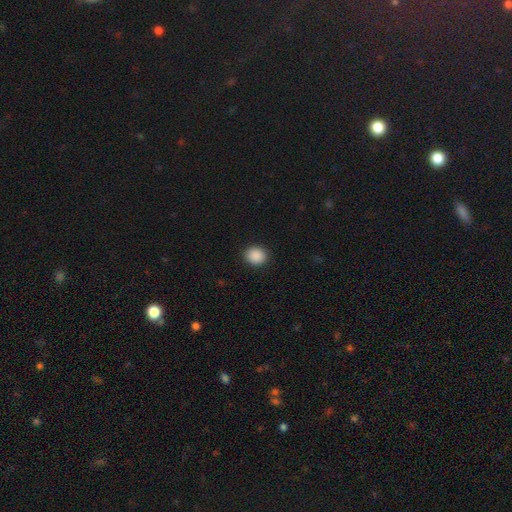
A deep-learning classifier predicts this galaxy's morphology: Q: Smooth or featured?
A: smooth (89%); runner-up: star or artifact (8%)
Q: How rounded?
A: round (74%); runner-up: in between (25%)
Q: Merging?
A: none (91%); runner-up: minor disturbance (6%)